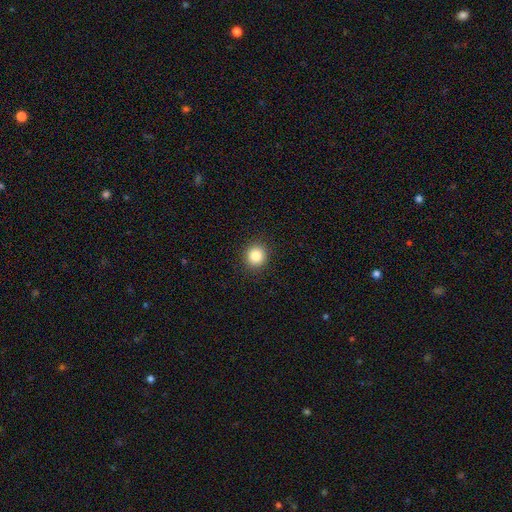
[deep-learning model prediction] This appears to be a smooth galaxy with no disk features (84%) that is round (90%). Merging: none (92%).